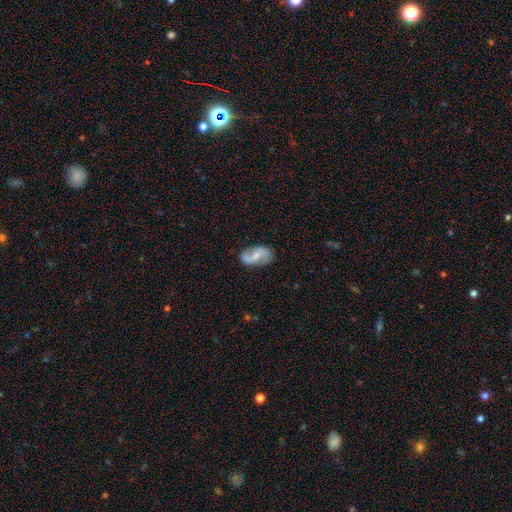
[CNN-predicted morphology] type=featured or disk (75%); edge-on=no (97%); bar=weak (49%); spiral arms=yes (93%); winding=loose (60%); arm count=2 (91%); bulge=small (47%); merging=none (78%).